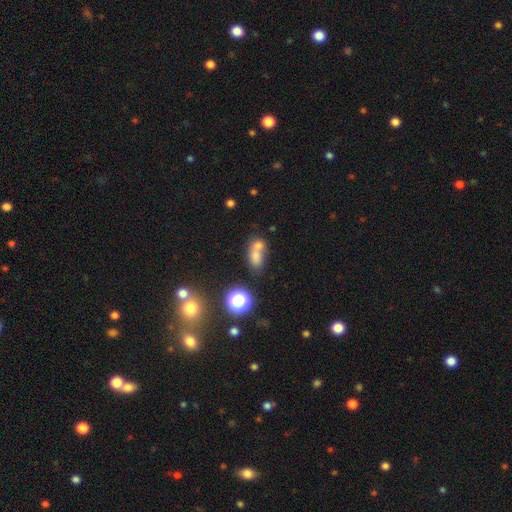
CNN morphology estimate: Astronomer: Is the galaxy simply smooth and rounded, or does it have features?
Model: smooth — 66%.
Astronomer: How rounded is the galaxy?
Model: in between — 63%.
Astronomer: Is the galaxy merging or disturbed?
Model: merger — 54% (runner-up: none, 30%).